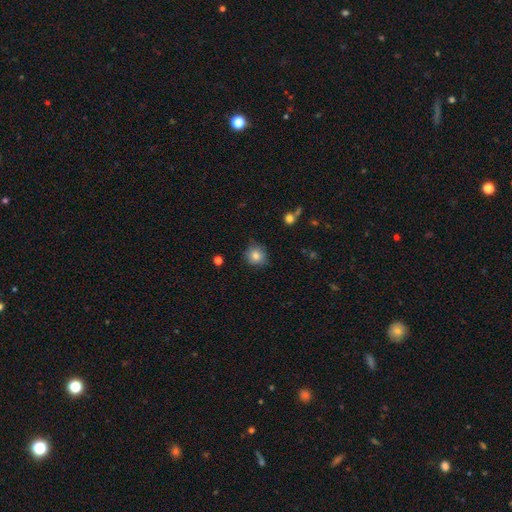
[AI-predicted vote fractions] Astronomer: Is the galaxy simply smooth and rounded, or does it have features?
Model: smooth — 82%.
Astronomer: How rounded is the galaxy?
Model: round — 90%.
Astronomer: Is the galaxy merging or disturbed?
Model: none — 81%.